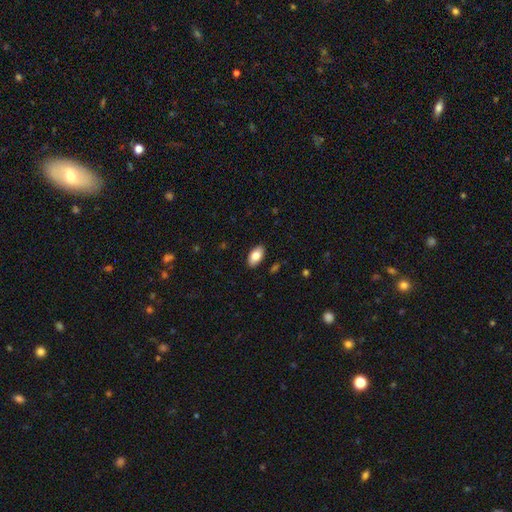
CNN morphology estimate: Smooth or featured?
  - smooth: 83% *
  - featured or disk: 10%
  - star or artifact: 7%
How rounded?
  - in between: 94% *
  - round: 3%
  - cigar-shaped: 2%
Merging?
  - none: 89% *
  - minor disturbance: 8%
  - major disturbance: 2%
  - merger: 1%